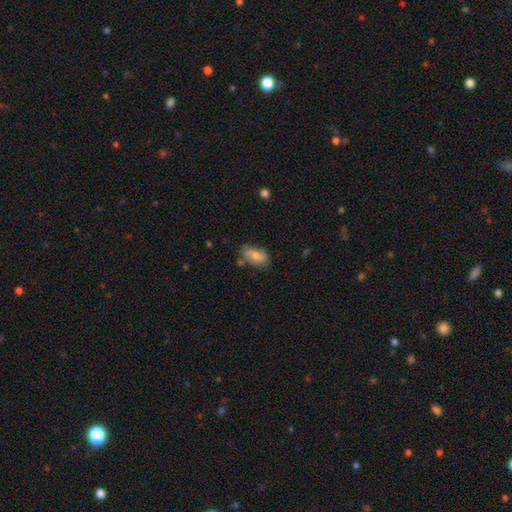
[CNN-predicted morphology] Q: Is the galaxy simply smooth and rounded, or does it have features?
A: smooth — 62%.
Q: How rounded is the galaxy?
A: in between — 89%.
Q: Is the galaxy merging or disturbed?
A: none — 55%.